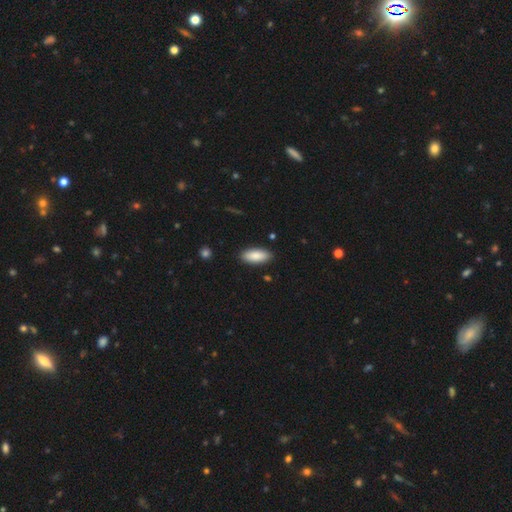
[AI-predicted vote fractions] A smooth galaxy with no disk features (87%) that is in between round and cigar-shaped (81%). Merging: none (88%).